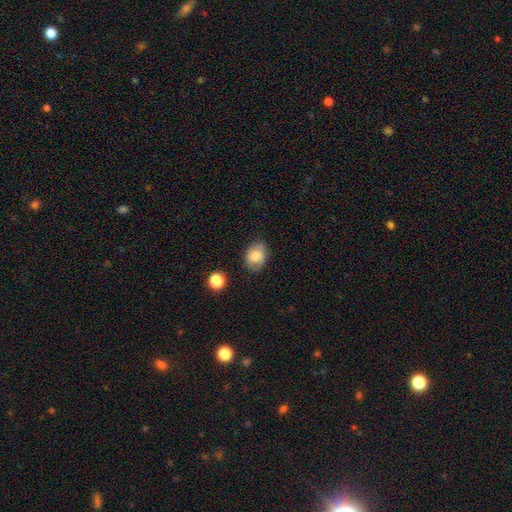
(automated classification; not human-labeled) smooth_or_featured: smooth (p=0.75) [alt: featured or disk p=0.16]
how_rounded: in between (p=0.69) [alt: round p=0.30]
merging: none (p=0.76) [alt: minor disturbance p=0.17]